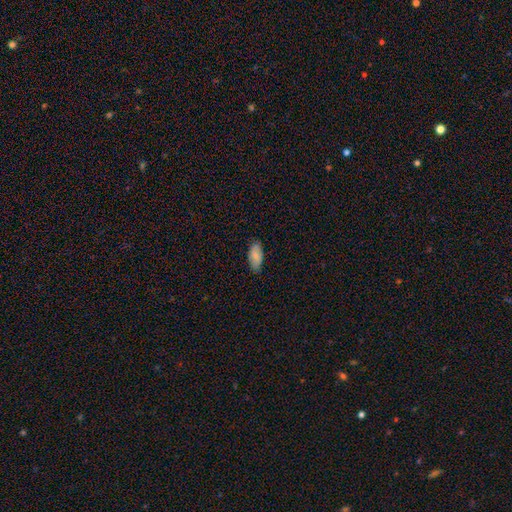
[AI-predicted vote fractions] Overall: smooth (84%). How rounded: in between (91%). Merging: none (84%).